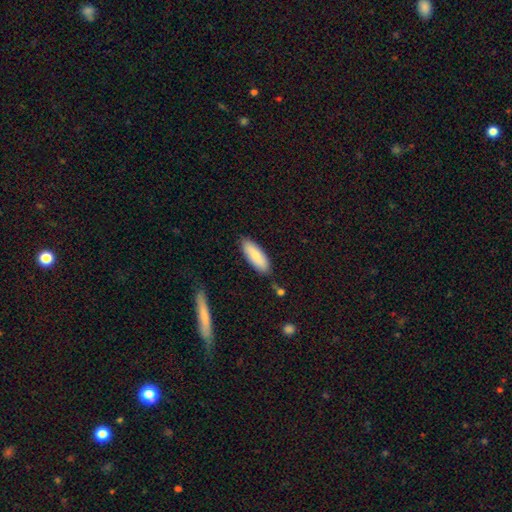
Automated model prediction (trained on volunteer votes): A smooth galaxy with no disk features (83%) that is in between round and cigar-shaped (69%).

Vote fractions:
- Smooth or featured? smooth: 83% / featured or disk: 11% / star or artifact: 6%
- How rounded? in between: 69% / cigar-shaped: 30% / round: 2%
- Merging? none: 82% / minor disturbance: 13% / merger: 3% / major disturbance: 2%